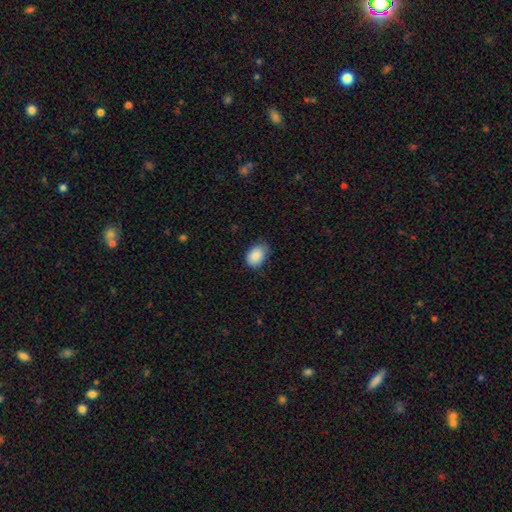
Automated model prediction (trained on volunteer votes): Smooth or featured? smooth (88%)
How rounded? in between (77%)
Merging? none (67%)